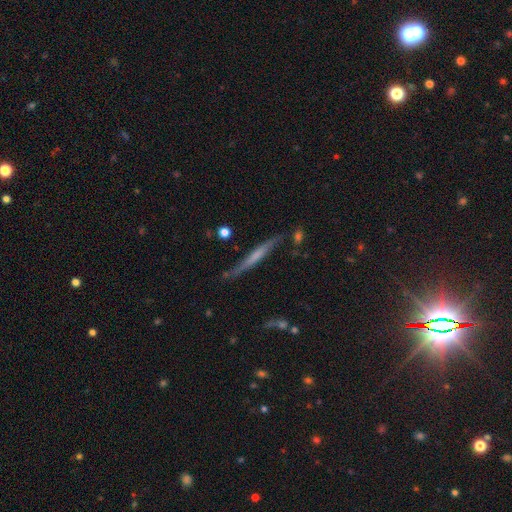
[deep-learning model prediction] Smooth or featured? Predicted: featured or disk (p=0.54). Edge-on disk? Predicted: yes (p=0.93). Merging? Predicted: none (p=0.75).